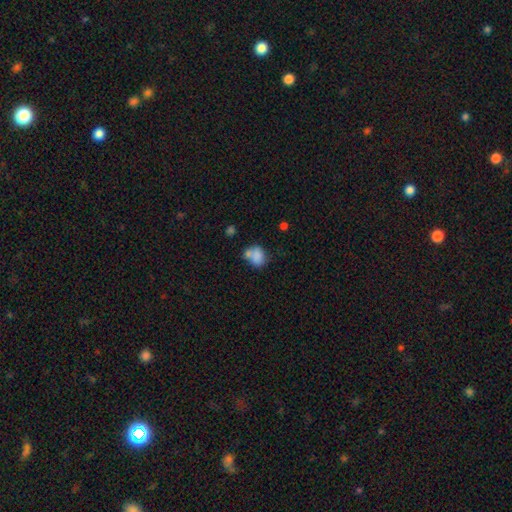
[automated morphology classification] A smooth galaxy with no disk features (77%) that is in between round and cigar-shaped (54%).

Vote fractions:
- Smooth or featured? smooth: 77% / featured or disk: 13% / star or artifact: 10%
- How rounded? in between: 54% / round: 45% / cigar-shaped: 1%
- Merging? merger: 38% / none: 36% / minor disturbance: 18% / major disturbance: 8%